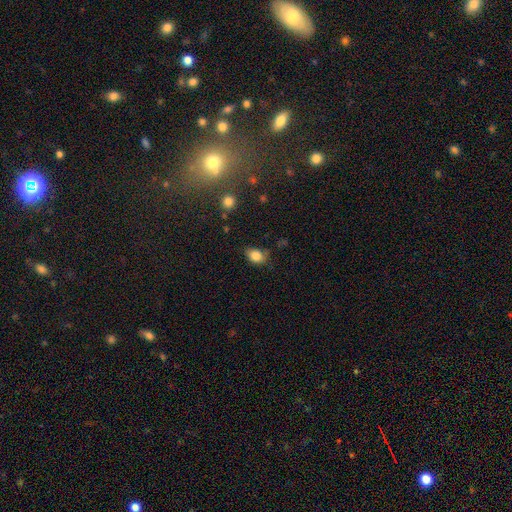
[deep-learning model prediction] Smooth or featured: smooth — 84% (star or artifact — 9%)
How rounded: in between — 74% (round — 25%)
Merging: none — 71% (minor disturbance — 22%)